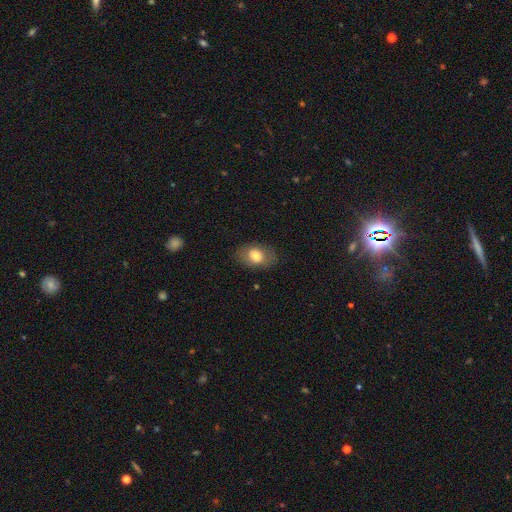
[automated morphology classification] Smooth or featured?
  - smooth: 73% *
  - featured or disk: 19%
  - star or artifact: 8%
How rounded?
  - in between: 80% *
  - round: 19%
  - cigar-shaped: 1%
Merging?
  - none: 79% *
  - minor disturbance: 15%
  - major disturbance: 5%
  - merger: 1%